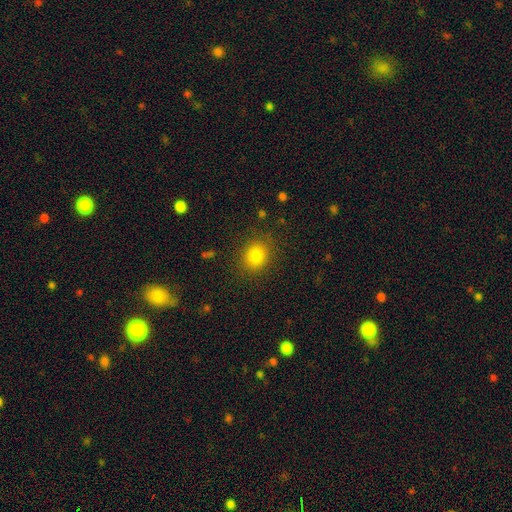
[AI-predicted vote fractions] Smooth or featured? smooth (82%)
How rounded? round (65%)
Merging? none (85%)